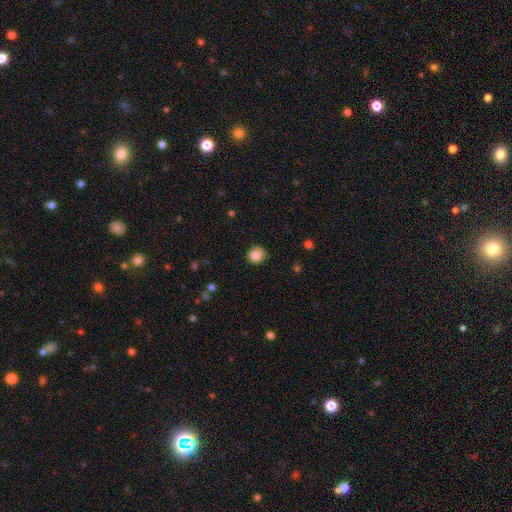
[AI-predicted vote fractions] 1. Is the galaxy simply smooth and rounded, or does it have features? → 84% smooth, 10% star or artifact, 6% featured or disk.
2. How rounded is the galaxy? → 86% round, 13% in between, 1% cigar-shaped.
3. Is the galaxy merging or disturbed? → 79% none, 17% minor disturbance, 3% major disturbance, 1% merger.